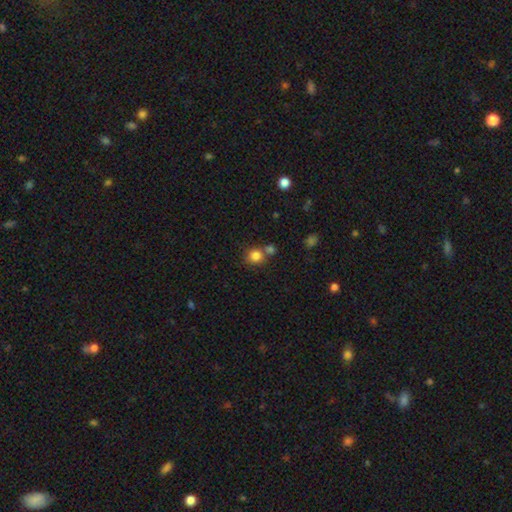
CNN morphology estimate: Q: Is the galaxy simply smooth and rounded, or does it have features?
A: smooth — 83%.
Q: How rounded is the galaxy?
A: round — 86%.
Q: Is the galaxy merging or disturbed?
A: none — 62%.